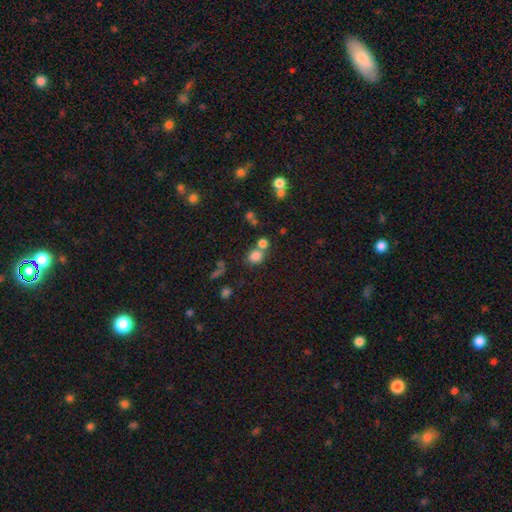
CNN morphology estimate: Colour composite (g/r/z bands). It shows a smooth galaxy with no disk features (78%) that is round (67%). Merging: none (52%).